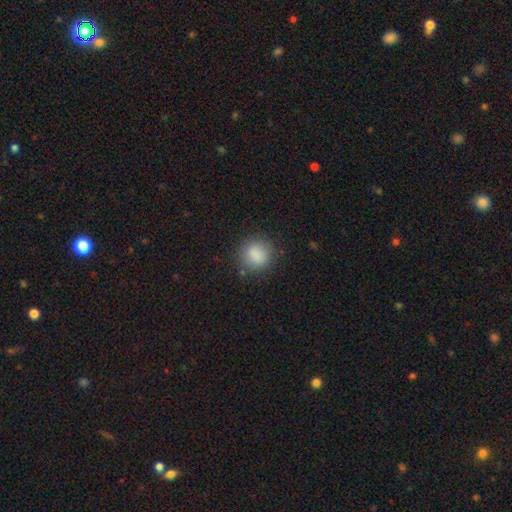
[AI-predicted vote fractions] A smooth galaxy with no disk features (86%) that is round (85%).

Vote fractions:
- Smooth or featured? smooth: 86% / star or artifact: 9% / featured or disk: 5%
- How rounded? round: 85% / in between: 14% / cigar-shaped: 1%
- Merging? none: 82% / minor disturbance: 12% / major disturbance: 4% / merger: 2%